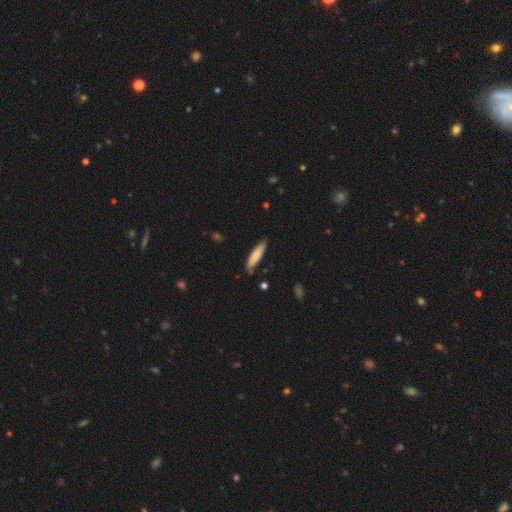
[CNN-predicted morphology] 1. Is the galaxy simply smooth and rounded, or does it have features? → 82% smooth, 12% featured or disk, 6% star or artifact.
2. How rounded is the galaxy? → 79% cigar-shaped, 19% in between, 1% round.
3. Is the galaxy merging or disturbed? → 84% none, 12% minor disturbance, 2% merger, 2% major disturbance.